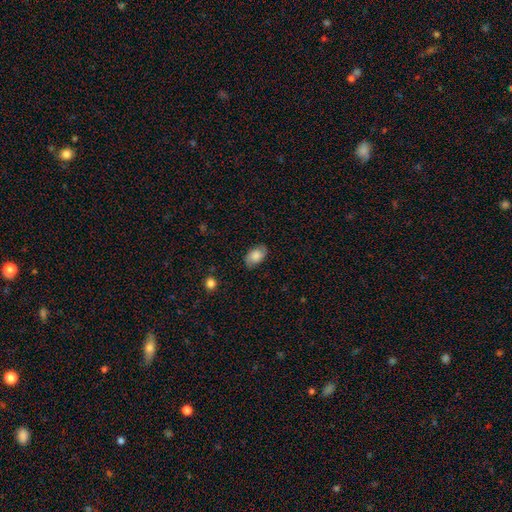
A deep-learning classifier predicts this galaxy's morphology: smooth 73%, featured or disk 19%, star or artifact 8%. Down the decision tree: how rounded — in between (91%); merging — none (81%).